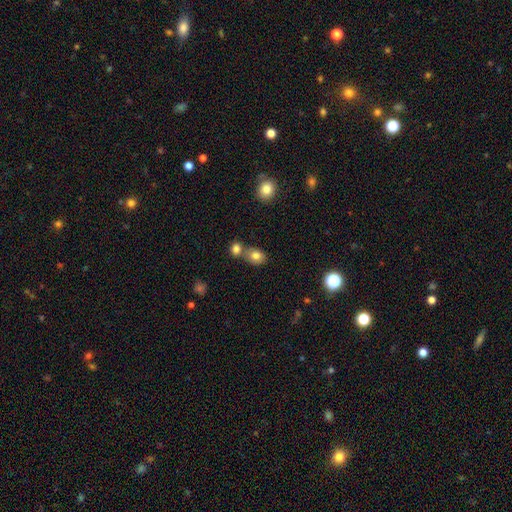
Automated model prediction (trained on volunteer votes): The model was most divided on "merging": none: 52%, merger: 33%, minor disturbance: 11%, major disturbance: 4%. More confident: smooth or featured — smooth (80%); how rounded — in between (62%).